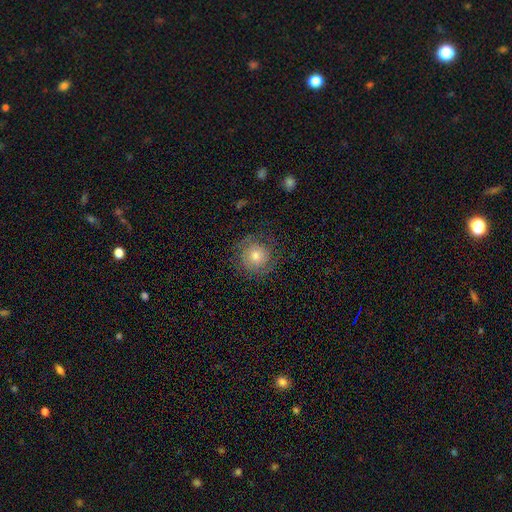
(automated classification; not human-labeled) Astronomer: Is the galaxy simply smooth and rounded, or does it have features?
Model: smooth — 48% (runner-up: featured or disk, 41%).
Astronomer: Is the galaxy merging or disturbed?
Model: none — 77%.